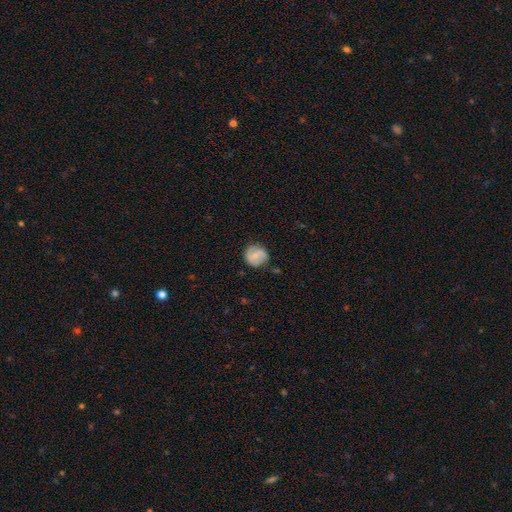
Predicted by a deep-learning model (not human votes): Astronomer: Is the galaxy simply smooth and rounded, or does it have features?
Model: featured or disk — 53% (runner-up: smooth, 40%).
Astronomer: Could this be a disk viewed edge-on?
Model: no — 97%.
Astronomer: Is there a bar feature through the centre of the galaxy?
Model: weak — 49% (runner-up: no, 33%).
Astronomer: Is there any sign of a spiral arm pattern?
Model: yes — 83%.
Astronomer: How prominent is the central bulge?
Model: small — 54% (runner-up: moderate, 29%).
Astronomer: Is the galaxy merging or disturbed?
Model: none — 74%.